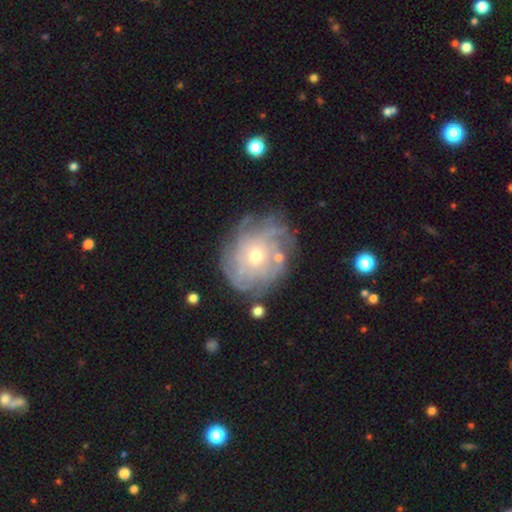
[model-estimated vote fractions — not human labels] This appears to be a featured or disk galaxy (76%) with no bar (84%), tight (66%) spiral arms (83%) and a small central bulge (49%). Merging: none (72%).